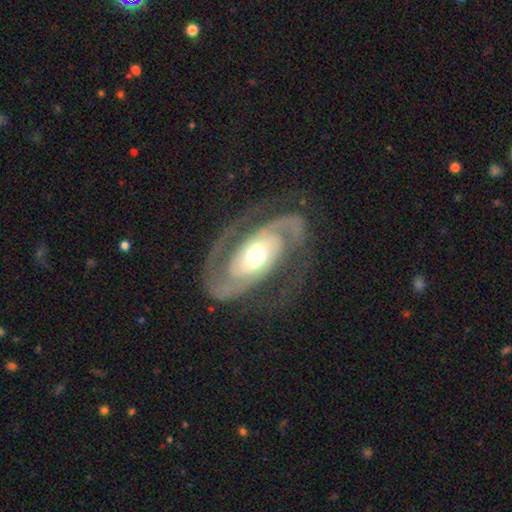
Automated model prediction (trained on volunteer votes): Overall: featured or disk (91%). Edge-on disk: no (96%). Bar: no (48%; weak 29%). Spiral arms: yes (97%). Spiral arm count: 2 (91%). Spiral winding: medium (49%; tight 34%). Bulge size: moderate (67%). Merging: none (73%).